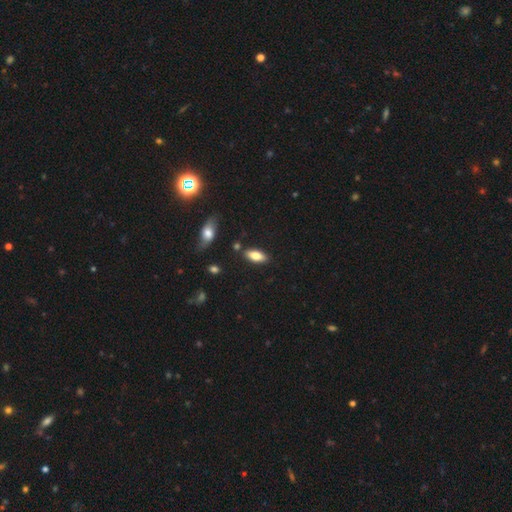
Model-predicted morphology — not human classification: smooth-or-featured: smooth: 76% | featured or disk: 18% | star or artifact: 7%
  how-rounded: in between: 82% | cigar-shaped: 15% | round: 3%
  merging: none: 83% | minor disturbance: 11% | merger: 4% | major disturbance: 3%